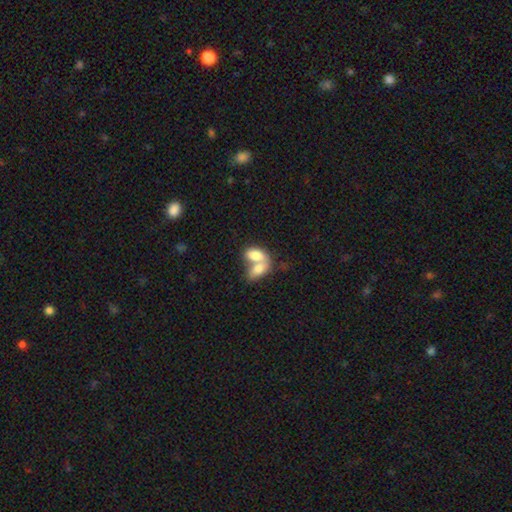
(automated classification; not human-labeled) This is likely a smooth galaxy (77%). How rounded: clearly in between (90%). Merging: likely merger (76%).